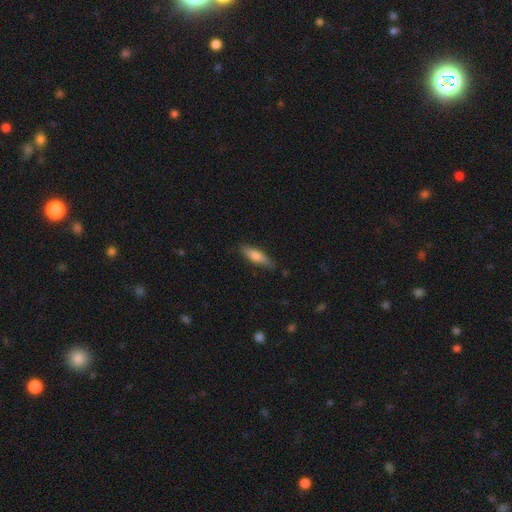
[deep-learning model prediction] Overall: smooth (64%; featured or disk 30%). How rounded: cigar-shaped (63%; in between 35%). Merging: none (81%).